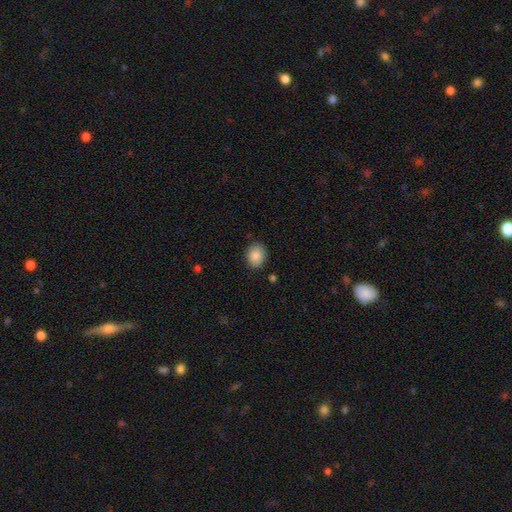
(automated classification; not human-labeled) Smooth or featured? Predicted: smooth (p=0.87). How rounded? Predicted: round (p=0.55). Merging? Predicted: none (p=0.84).